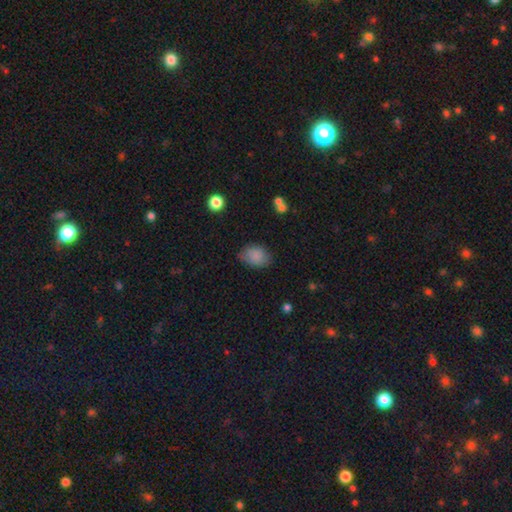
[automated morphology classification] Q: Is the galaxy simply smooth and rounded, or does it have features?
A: smooth — 85%.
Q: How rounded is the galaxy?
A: in between — 76%.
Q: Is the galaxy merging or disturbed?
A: none — 73%.